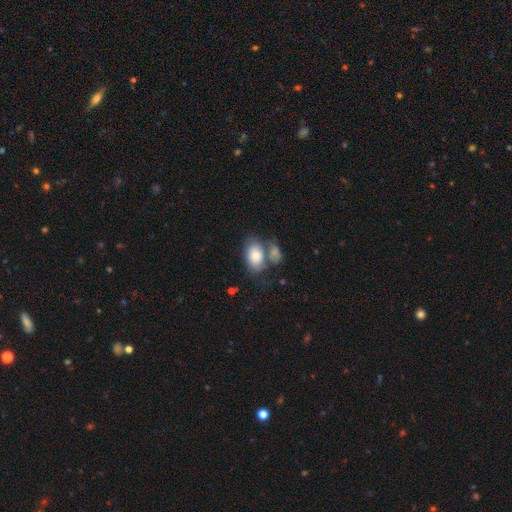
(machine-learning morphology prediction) Smooth or featured? Predicted: smooth (p=0.73). How rounded? Predicted: in between (p=0.86). Merging? Predicted: merger (p=0.43).